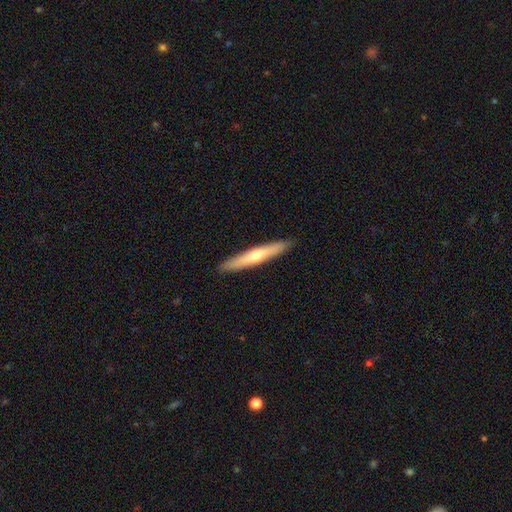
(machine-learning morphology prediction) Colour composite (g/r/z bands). It shows a smooth galaxy with no disk features (51%) that is cigar-shaped (93%). Merging: none (91%).